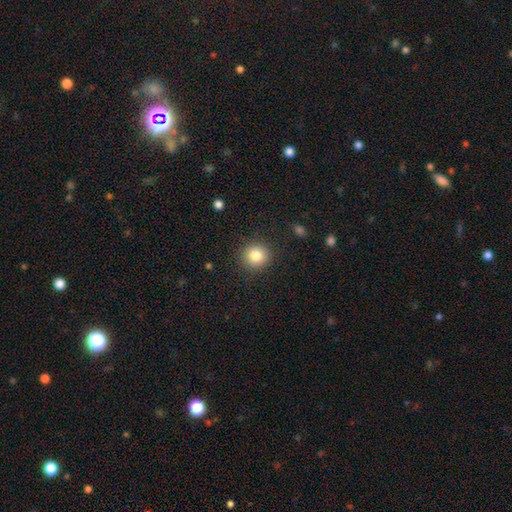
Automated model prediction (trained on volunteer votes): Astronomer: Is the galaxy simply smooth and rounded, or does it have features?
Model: smooth — 82%.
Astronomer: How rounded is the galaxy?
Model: round — 90%.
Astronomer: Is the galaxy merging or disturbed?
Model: none — 89%.